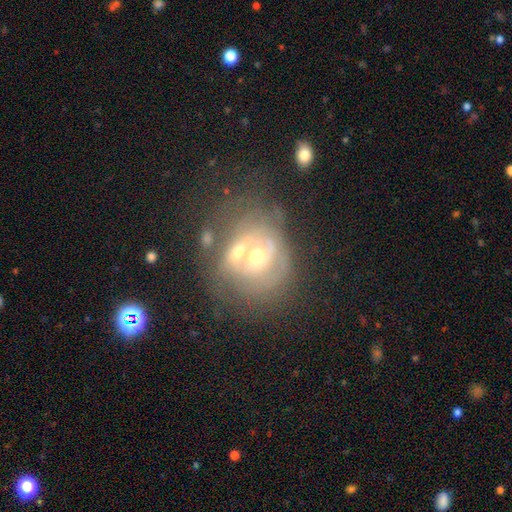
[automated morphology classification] Smooth or featured? Predicted: featured or disk (p=0.61). Edge-on disk? Predicted: no (p=0.97). Bar? Predicted: no (p=0.82). Spiral arms? Predicted: no (p=0.59). Bulge size? Predicted: moderate (p=0.58). Merging? Predicted: merger (p=0.41).